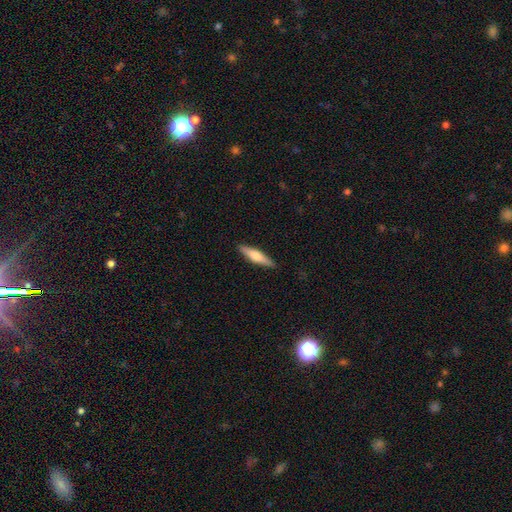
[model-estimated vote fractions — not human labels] A smooth galaxy with no disk features (53%) that is cigar-shaped (79%).

Vote fractions:
- Smooth or featured? smooth: 53% / featured or disk: 41% / star or artifact: 5%
- How rounded? cigar-shaped: 79% / in between: 20% / round: 2%
- Merging? none: 90% / minor disturbance: 7% / major disturbance: 2% / merger: 1%